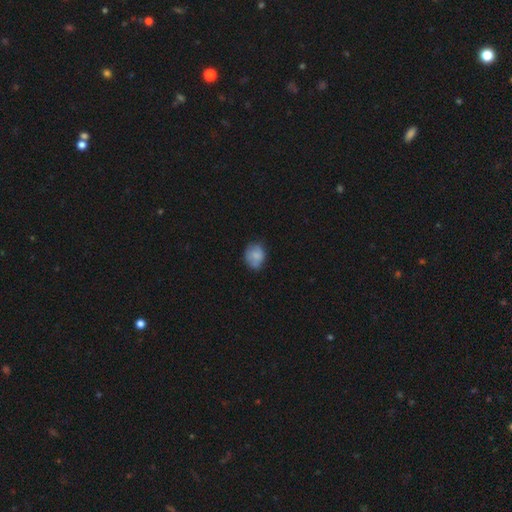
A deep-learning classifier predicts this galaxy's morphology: smooth_or_featured: smooth (p=0.78) [alt: featured or disk p=0.14]
how_rounded: round (p=0.52) [alt: in between p=0.47]
merging: none (p=0.63) [alt: minor disturbance p=0.28]